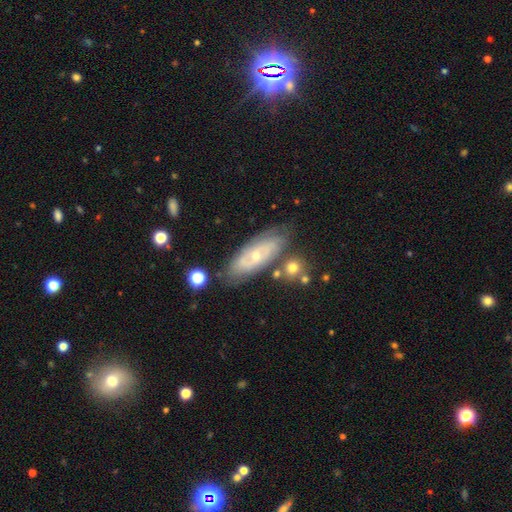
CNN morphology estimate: Q: Smooth or featured?
A: featured or disk (72%); runner-up: smooth (22%)
Q: Edge-on disk?
A: no (87%); runner-up: yes (13%)
Q: Bar?
A: no (67%); runner-up: weak (26%)
Q: Spiral arms?
A: yes (81%); runner-up: no (19%)
Q: Spiral winding?
A: tight (59%); runner-up: medium (31%)
Q: Spiral arm count?
A: can't tell (44%); runner-up: 2 (40%)
Q: Bulge size?
A: small (66%); runner-up: moderate (31%)
Q: Merging?
A: none (73%); runner-up: minor disturbance (17%)